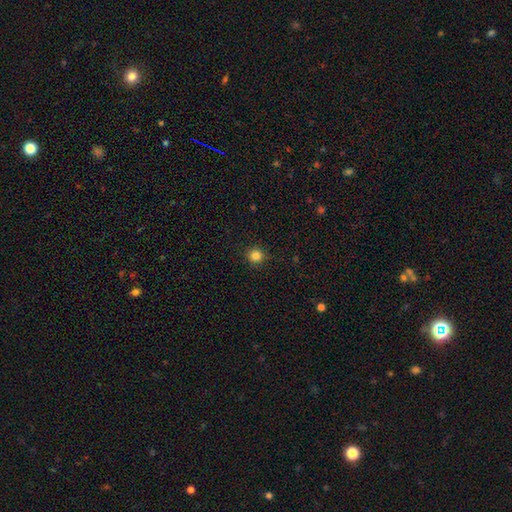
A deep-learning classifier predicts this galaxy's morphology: Smooth or featured? smooth (84%)
How rounded? round (95%)
Merging? none (92%)